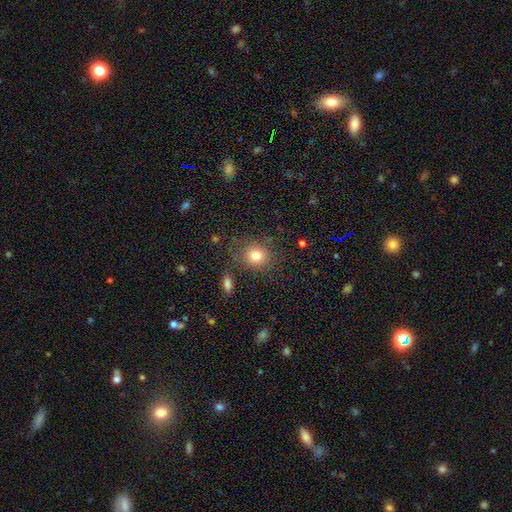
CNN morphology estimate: smooth-or-featured: smooth: 80% | star or artifact: 12% | featured or disk: 8%
  how-rounded: round: 84% | in between: 15% | cigar-shaped: 1%
  merging: none: 81% | minor disturbance: 11% | major disturbance: 4% | merger: 4%